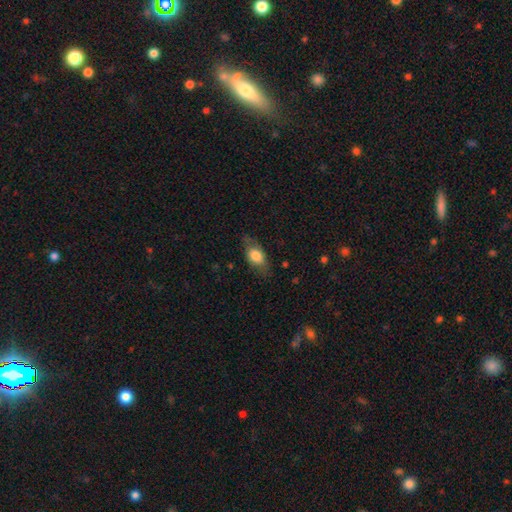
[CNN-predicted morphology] type=smooth (70%); roundness=in between (81%); merging=none (73%).